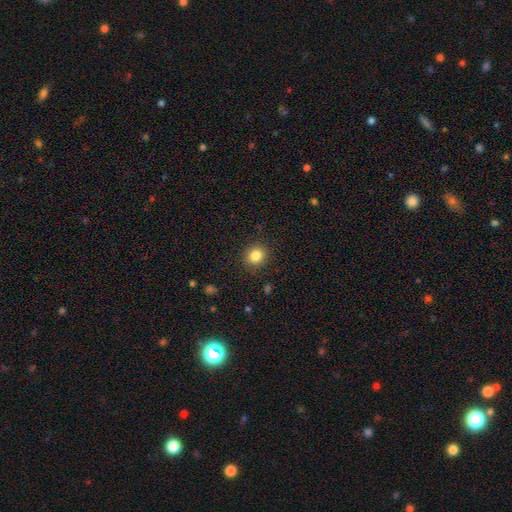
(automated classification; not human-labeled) Q: Smooth or featured?
A: smooth (84%); runner-up: star or artifact (11%)
Q: How rounded?
A: round (81%); runner-up: in between (18%)
Q: Merging?
A: none (89%); runner-up: minor disturbance (8%)